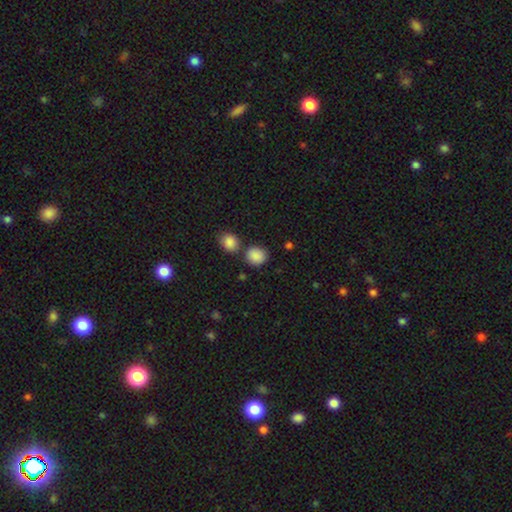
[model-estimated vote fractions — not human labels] This appears to be a smooth galaxy with no disk features (88%) that is round (71%). Merging: none (70%).